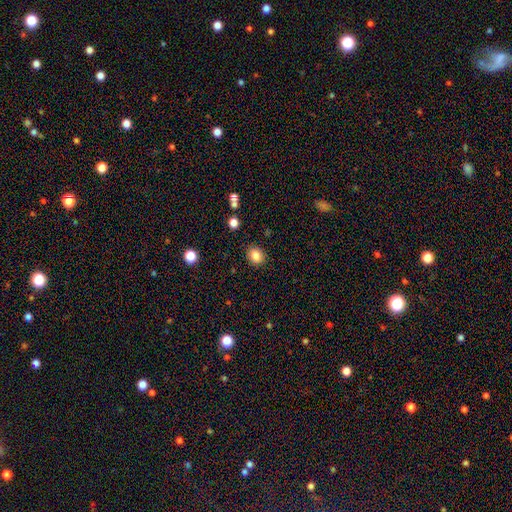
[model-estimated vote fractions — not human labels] This is clearly a smooth galaxy (83%). How rounded: possibly round (59%). Merging: clearly none (88%).